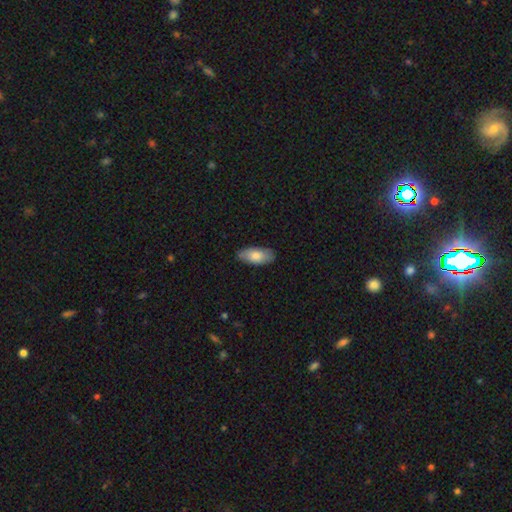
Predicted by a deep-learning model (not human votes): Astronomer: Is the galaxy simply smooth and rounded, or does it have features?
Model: smooth — 79%.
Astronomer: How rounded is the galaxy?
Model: in between — 90%.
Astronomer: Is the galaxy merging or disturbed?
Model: none — 83%.